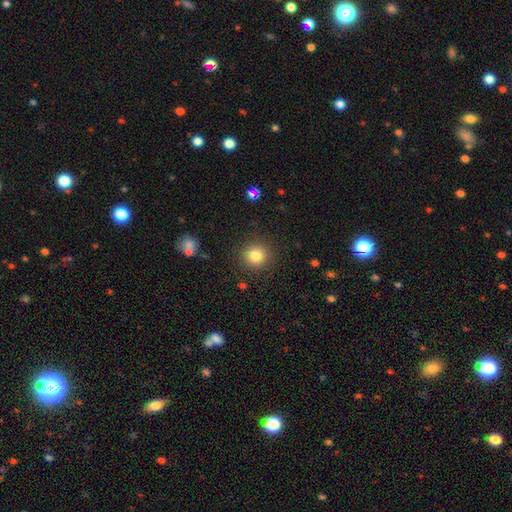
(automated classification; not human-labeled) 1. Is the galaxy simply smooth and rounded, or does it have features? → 82% smooth, 12% star or artifact, 7% featured or disk.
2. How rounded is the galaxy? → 91% round, 8% in between, 1% cigar-shaped.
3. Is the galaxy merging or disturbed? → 89% none, 7% minor disturbance, 3% major disturbance, 1% merger.